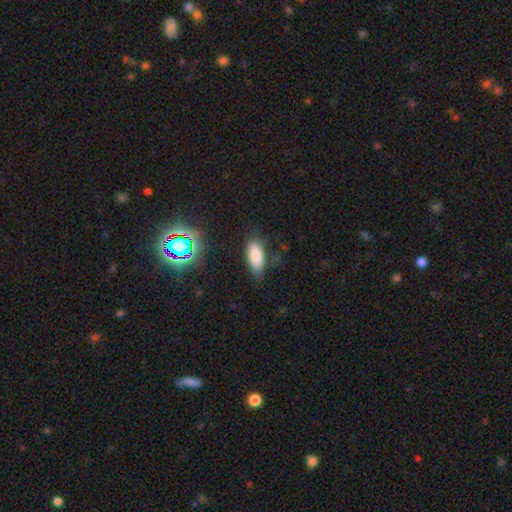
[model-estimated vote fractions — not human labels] Morphology: type=smooth (83%); roundness=in between (84%); merging=none (71%).